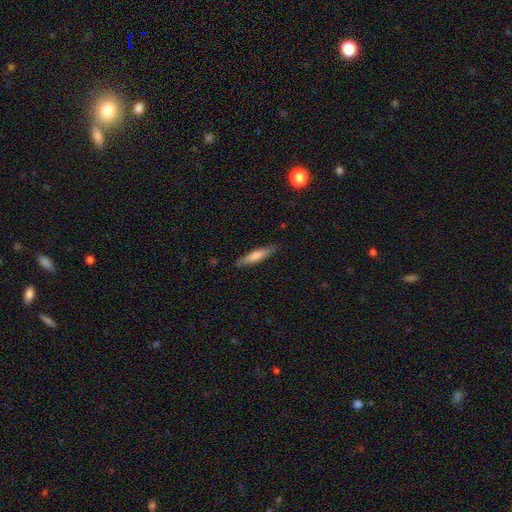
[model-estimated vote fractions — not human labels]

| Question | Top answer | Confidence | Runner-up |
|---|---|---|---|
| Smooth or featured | smooth | 69% | featured or disk (25%) |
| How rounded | cigar-shaped | 83% | in between (15%) |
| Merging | none | 86% | minor disturbance (11%) |